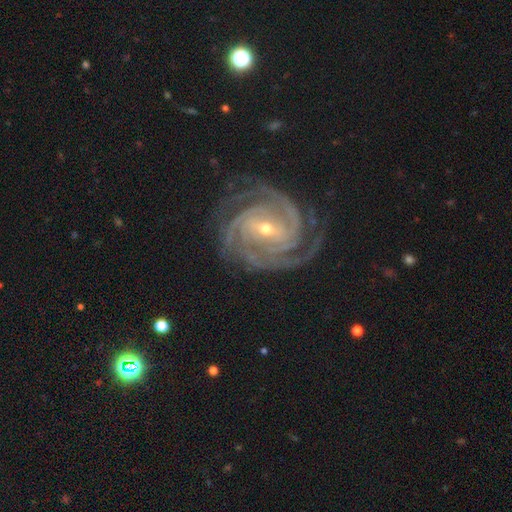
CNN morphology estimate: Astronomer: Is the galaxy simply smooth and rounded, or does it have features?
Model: featured or disk — 87%.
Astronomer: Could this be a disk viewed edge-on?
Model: no — 97%.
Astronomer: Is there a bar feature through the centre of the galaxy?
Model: strong — 43% (runner-up: weak, 37%).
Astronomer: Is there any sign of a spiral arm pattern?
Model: yes — 98%.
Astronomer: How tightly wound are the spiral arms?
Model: tight — 72%.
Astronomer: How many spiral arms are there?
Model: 2 — 26%, tied with 3 at 26%.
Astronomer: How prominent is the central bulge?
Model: small — 66%.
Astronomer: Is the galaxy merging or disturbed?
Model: none — 79%.